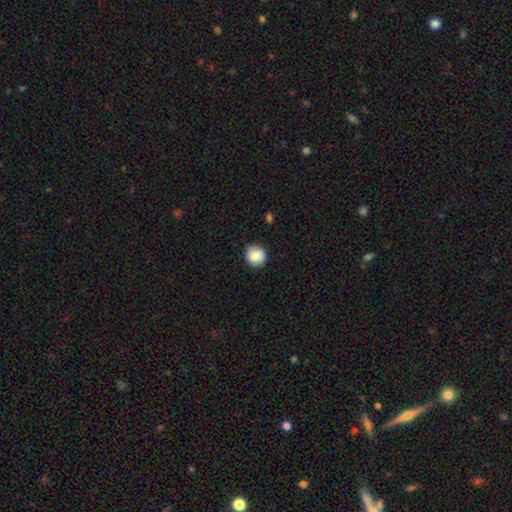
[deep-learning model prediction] smooth-or-featured: smooth: 83% | featured or disk: 9% | star or artifact: 8%
  how-rounded: round: 88% | in between: 11% | cigar-shaped: 1%
  merging: none: 85% | minor disturbance: 12% | major disturbance: 2% | merger: 1%